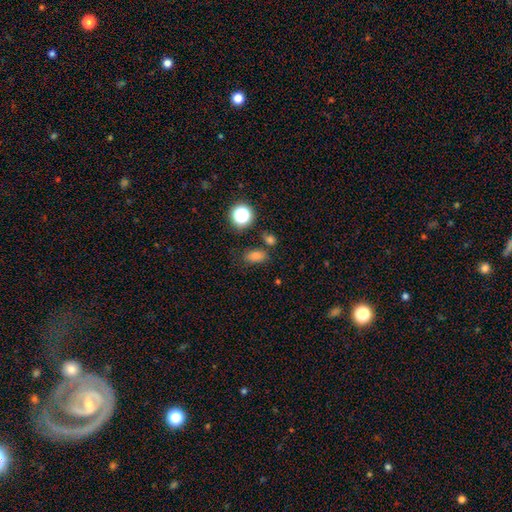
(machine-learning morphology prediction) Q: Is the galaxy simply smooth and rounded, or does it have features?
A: smooth — 72%.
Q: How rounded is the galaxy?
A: in between — 80%.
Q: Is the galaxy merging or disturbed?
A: none — 73%.